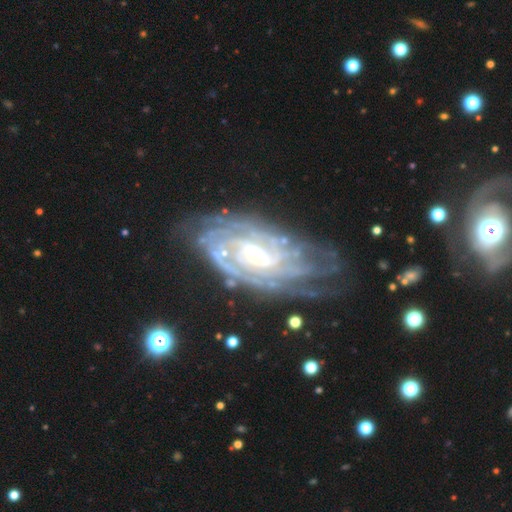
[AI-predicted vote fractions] This appears to be a featured or disk galaxy (90%) with a weak bar (42%), tight (76%) spiral arms (97%) and a small central bulge (56%). Merging: none (68%).